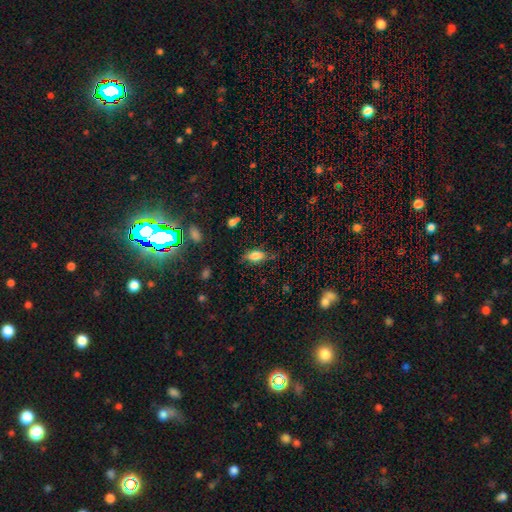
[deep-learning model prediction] smooth 72%, featured or disk 18%, star or artifact 10%. Down the decision tree: how rounded — in between (82%); merging — none (71%).